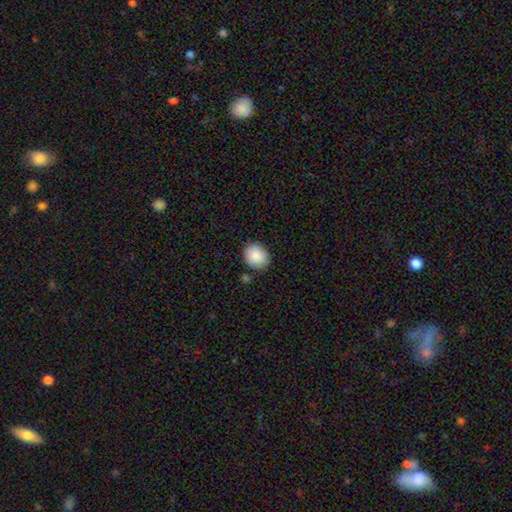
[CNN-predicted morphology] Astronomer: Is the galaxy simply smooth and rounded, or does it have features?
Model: smooth — 89%.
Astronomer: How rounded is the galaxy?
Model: round — 64%.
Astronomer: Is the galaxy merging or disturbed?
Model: none — 84%.